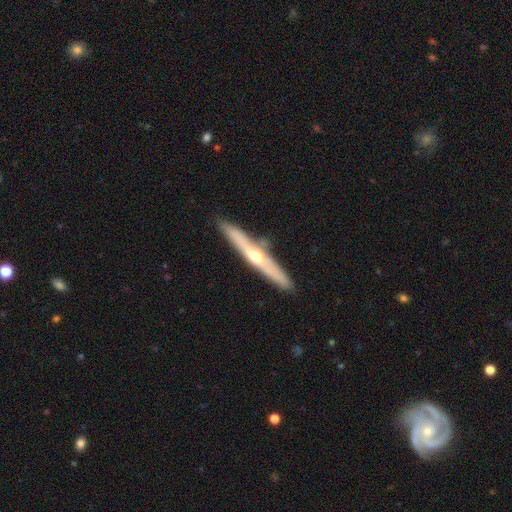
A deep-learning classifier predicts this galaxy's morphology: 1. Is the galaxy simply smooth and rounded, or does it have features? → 63% featured or disk, 31% smooth, 6% star or artifact.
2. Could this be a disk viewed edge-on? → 92% yes, 8% no.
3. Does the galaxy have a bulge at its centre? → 84% rounded, 13% none, 3% boxy.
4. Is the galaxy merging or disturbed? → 79% none, 13% minor disturbance, 6% merger, 3% major disturbance.